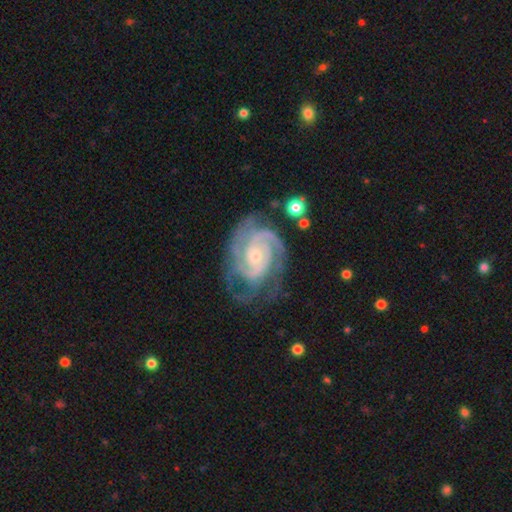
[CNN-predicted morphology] This appears to be a featured or disk galaxy (92%) with no bar (67%), 2 (37%) tight (69%) spiral arms (99%) and a small central bulge (71%). Merging: none (66%).